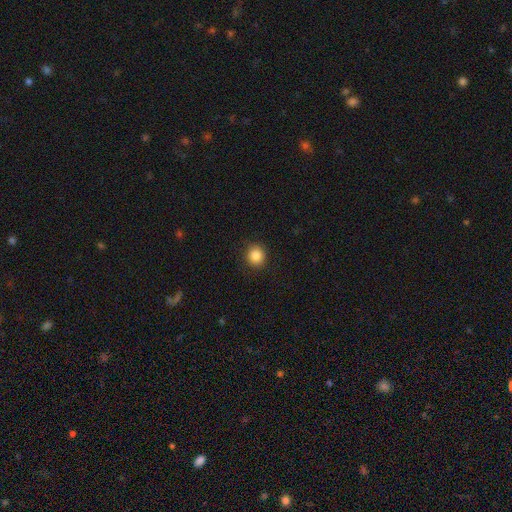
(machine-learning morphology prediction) Overall: smooth (86%). How rounded: round (88%). Merging: none (91%).